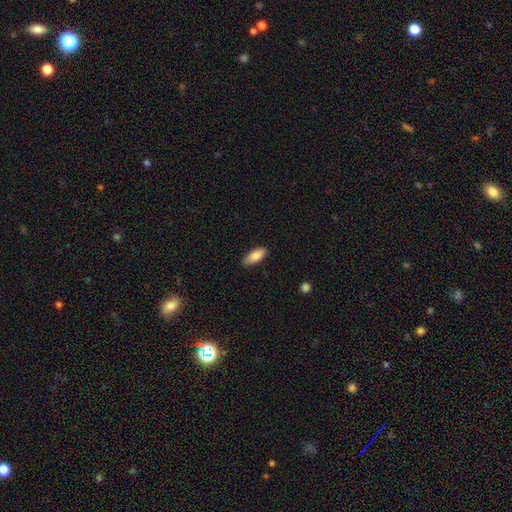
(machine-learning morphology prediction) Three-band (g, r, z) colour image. It shows a smooth galaxy with no disk features (86%) that is in between round and cigar-shaped (80%). Merging: none (81%).